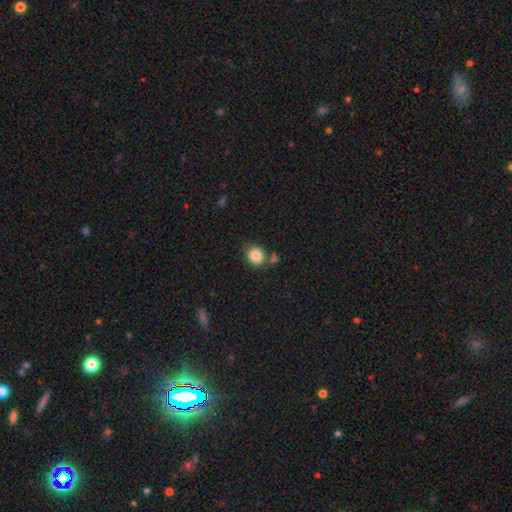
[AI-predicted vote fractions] A smooth galaxy with no disk features (85%) that is round (80%).

Vote fractions:
- Smooth or featured? smooth: 85% / star or artifact: 10% / featured or disk: 6%
- How rounded? round: 80% / in between: 20% / cigar-shaped: 1%
- Merging? none: 70% / merger: 15% / minor disturbance: 12% / major disturbance: 4%